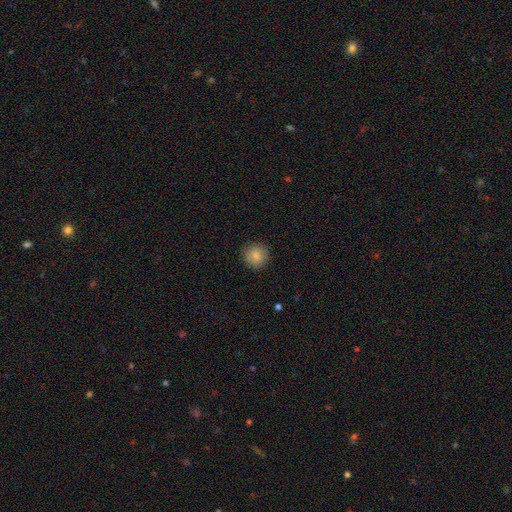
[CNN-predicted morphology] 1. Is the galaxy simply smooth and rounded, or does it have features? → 86% smooth, 8% star or artifact, 5% featured or disk.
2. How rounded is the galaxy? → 92% round, 7% in between, 1% cigar-shaped.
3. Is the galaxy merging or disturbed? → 88% none, 9% minor disturbance, 2% major disturbance, 1% merger.